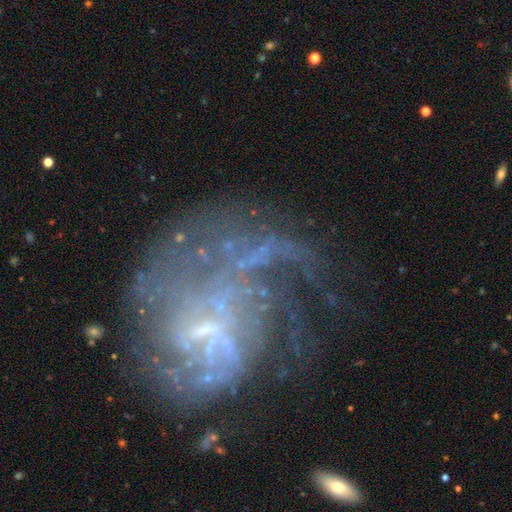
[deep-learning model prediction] Overall: featured or disk (71%). Edge-on disk: no (98%). Bar: no (58%; weak 33%). Spiral arms: yes (56%; no 44%). Bulge size: small (41%; none 40%). Merging: major disturbance (45%; none 33%).